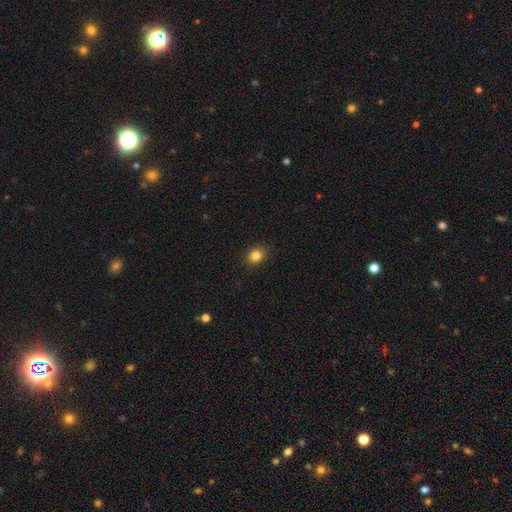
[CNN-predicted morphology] Smooth or featured: smooth — 84% (star or artifact — 11%)
How rounded: round — 64% (in between — 35%)
Merging: none — 89% (minor disturbance — 8%)